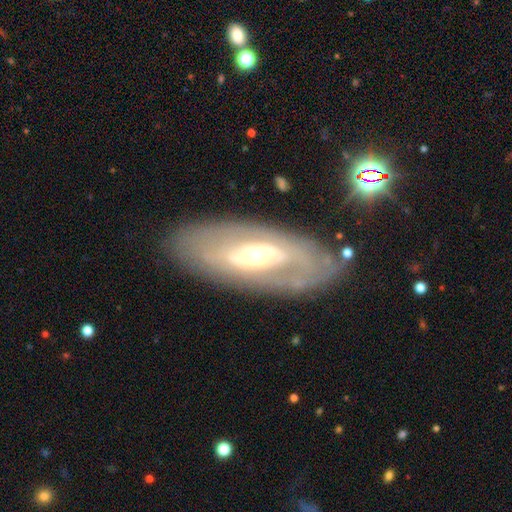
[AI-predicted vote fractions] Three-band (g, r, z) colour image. It shows a featured or disk galaxy (75%) with no bar (46%), no spiral arms (50%, tied with yes) and a moderate central bulge (65%). Merging: none (80%).